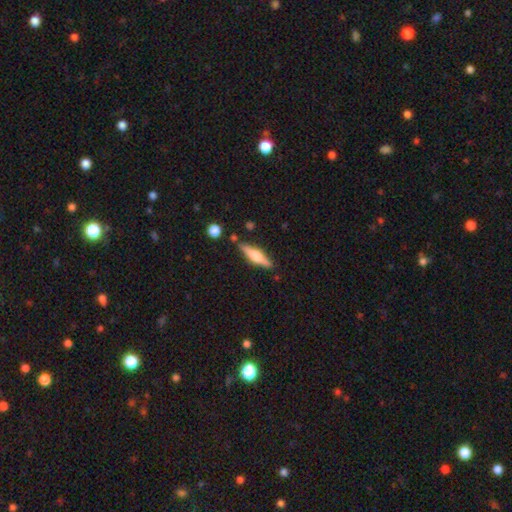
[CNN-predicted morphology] Smooth or featured? Predicted: featured or disk (p=0.55). Edge-on disk? Predicted: yes (p=0.95). Edge-on bulge? Predicted: rounded (p=0.81). Merging? Predicted: none (p=0.84).